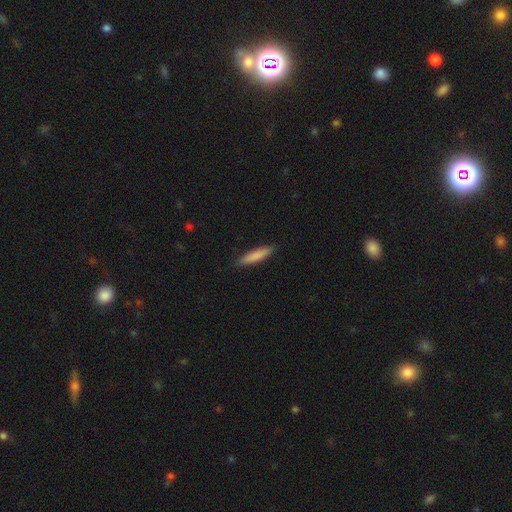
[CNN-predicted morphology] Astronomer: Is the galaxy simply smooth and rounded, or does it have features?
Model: smooth — 82%.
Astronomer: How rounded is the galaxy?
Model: cigar-shaped — 82%.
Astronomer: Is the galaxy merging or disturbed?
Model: none — 88%.